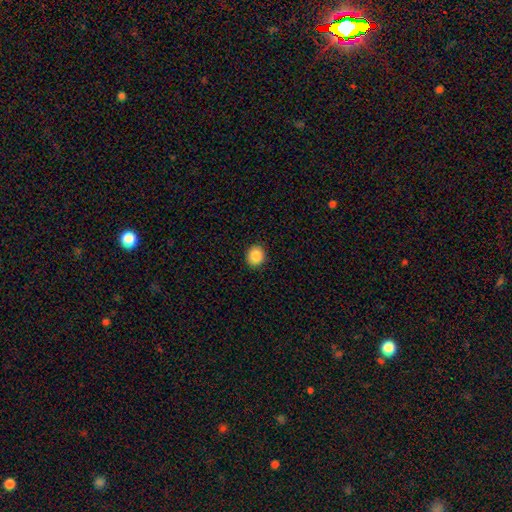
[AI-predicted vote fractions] This is clearly a smooth galaxy (88%). How rounded: likely round (79%). Merging: clearly none (91%).